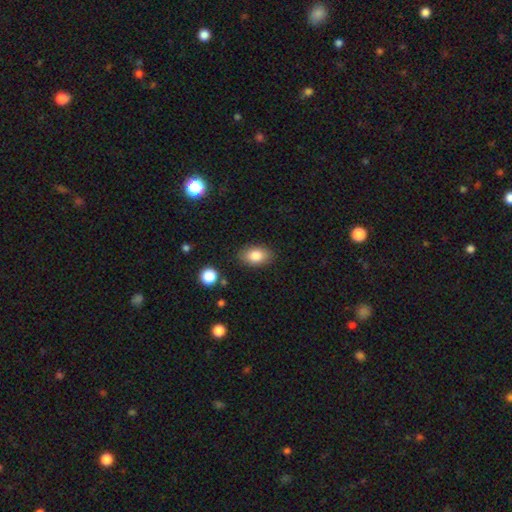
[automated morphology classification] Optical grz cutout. It shows a smooth galaxy with no disk features (83%) that is in between round and cigar-shaped (87%). Merging: none (85%).